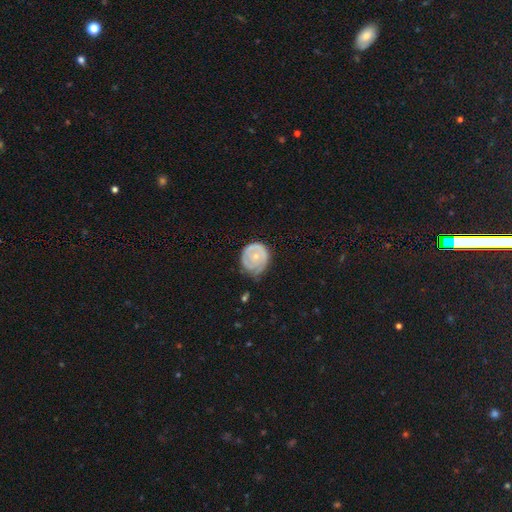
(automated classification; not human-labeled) smooth_or_featured: featured or disk (p=0.52) [alt: smooth p=0.41]
disk_edge_on: no (p=0.97) [alt: yes p=0.03]
bar: no (p=0.85) [alt: weak p=0.13]
has_spiral_arms: yes (p=0.62) [alt: no p=0.38]
bulge_size: small (p=0.64) [alt: moderate p=0.30]
merging: none (p=0.48) [alt: minor disturbance p=0.36]